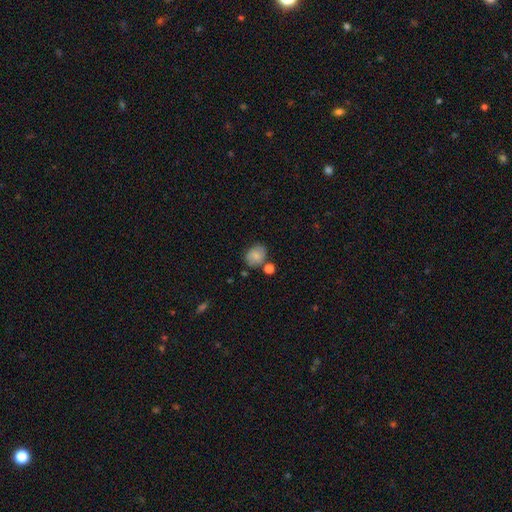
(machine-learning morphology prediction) Overall: smooth (76%). How rounded: round (56%; in between 43%). Merging: none (67%).